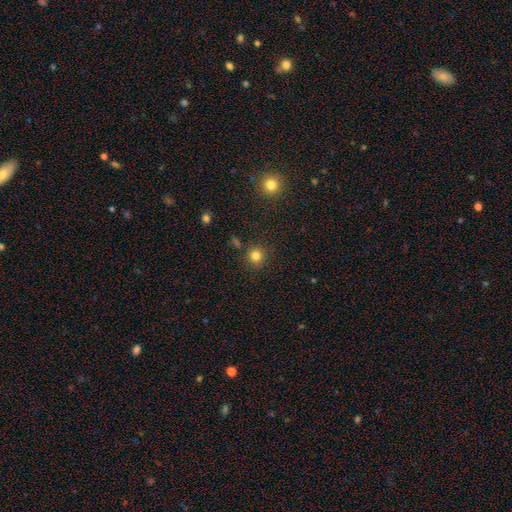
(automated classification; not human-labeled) The model was most divided on "smooth or featured": smooth: 81%, star or artifact: 14%, featured or disk: 6%. More confident: how rounded — round (92%); merging — none (85%).